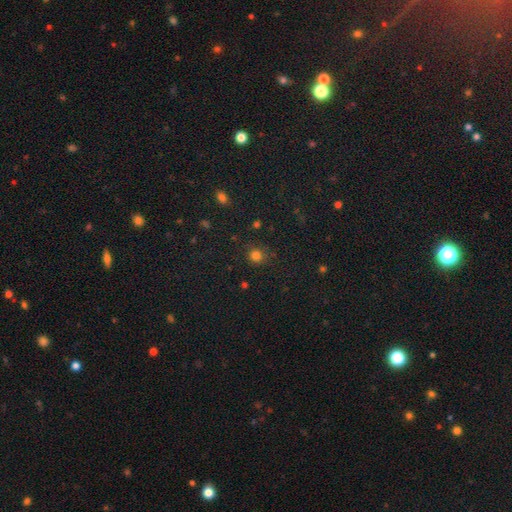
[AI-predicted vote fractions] Smooth or featured?
  - smooth: 79% *
  - star or artifact: 17%
  - featured or disk: 5%
How rounded?
  - round: 88% *
  - in between: 11%
  - cigar-shaped: 1%
Merging?
  - none: 82% *
  - minor disturbance: 12%
  - major disturbance: 4%
  - merger: 2%